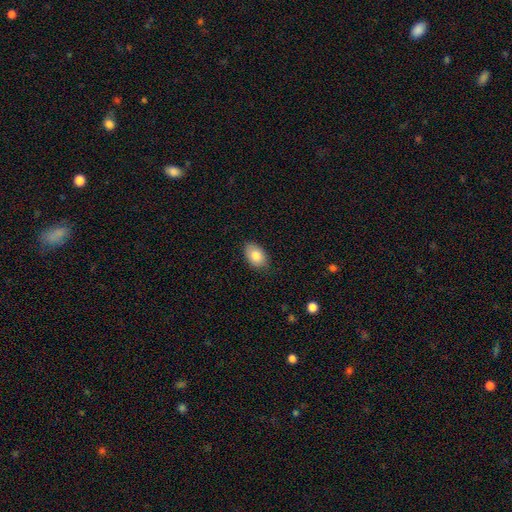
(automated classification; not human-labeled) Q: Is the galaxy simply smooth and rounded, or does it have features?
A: smooth — 83%.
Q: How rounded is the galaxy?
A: in between — 87%.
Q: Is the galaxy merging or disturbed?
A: none — 82%.